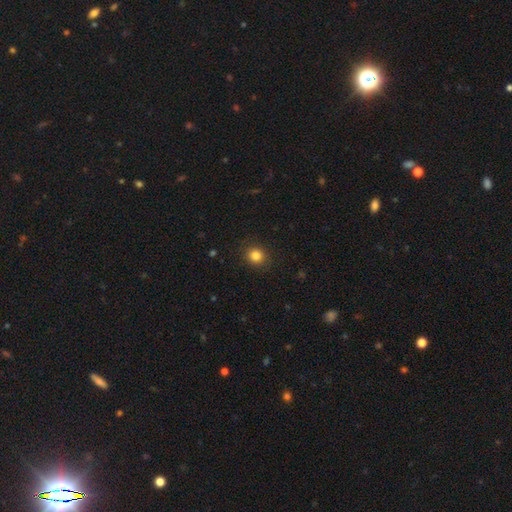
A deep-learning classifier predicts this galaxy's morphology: Smooth or featured? Predicted: smooth (p=0.84). How rounded? Predicted: round (p=0.88). Merging? Predicted: none (p=0.90).